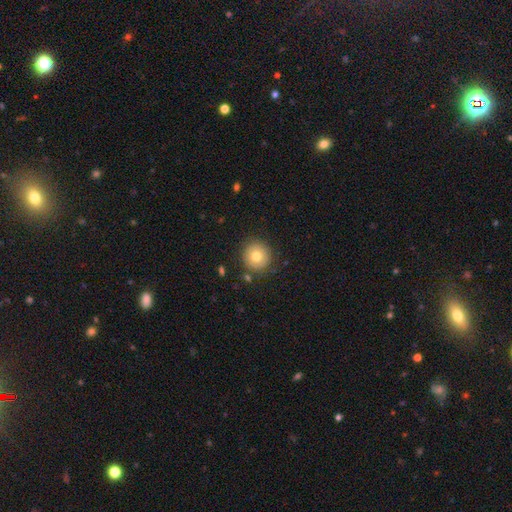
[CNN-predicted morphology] type=smooth (75%); roundness=round (95%); merging=none (87%).